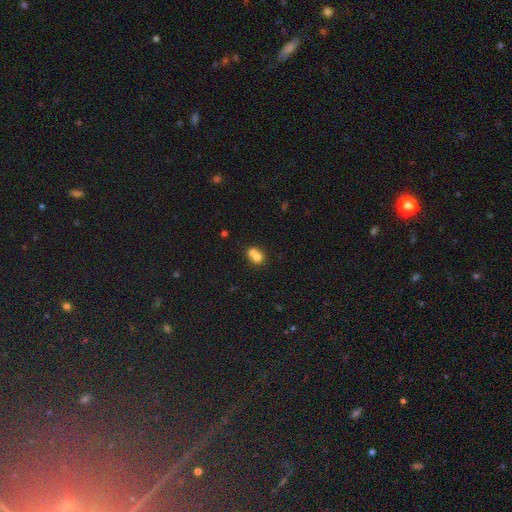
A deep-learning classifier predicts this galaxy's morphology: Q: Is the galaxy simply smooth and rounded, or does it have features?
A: smooth — 70%.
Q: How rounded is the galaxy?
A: round — 67%.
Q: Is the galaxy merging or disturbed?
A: merger — 67%.